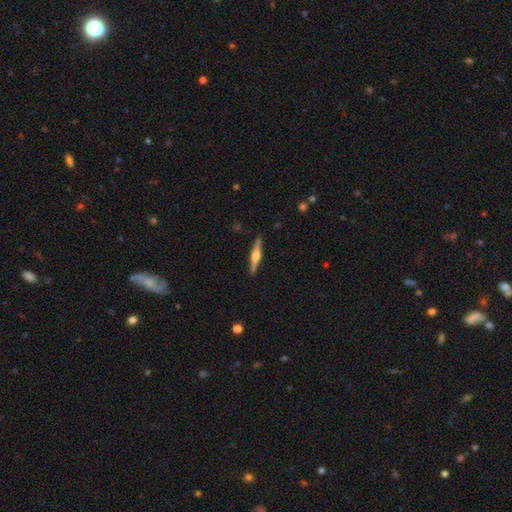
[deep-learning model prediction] Overall: featured or disk (69%). Edge-on disk: yes (98%). Edge-on bulge: rounded (87%). Merging: none (91%).